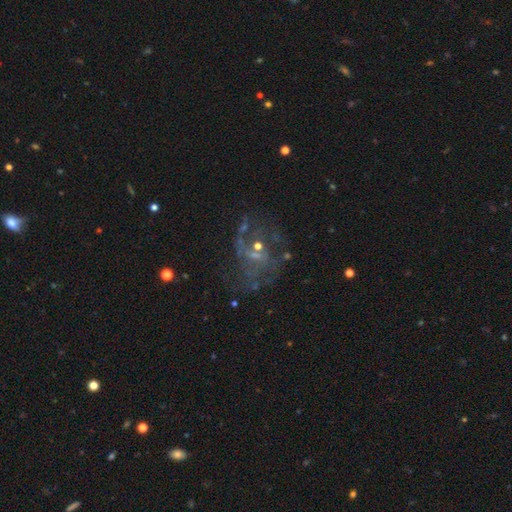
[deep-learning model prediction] Smooth or featured: featured or disk — 67% (star or artifact — 19%)
Edge-on disk: no — 98% (yes — 2%)
Bar: no — 58% (weak — 35%)
Spiral arms: yes — 59% (no — 41%)
Bulge size: small — 51% (none — 26%)
Merging: none — 46% (major disturbance — 30%)